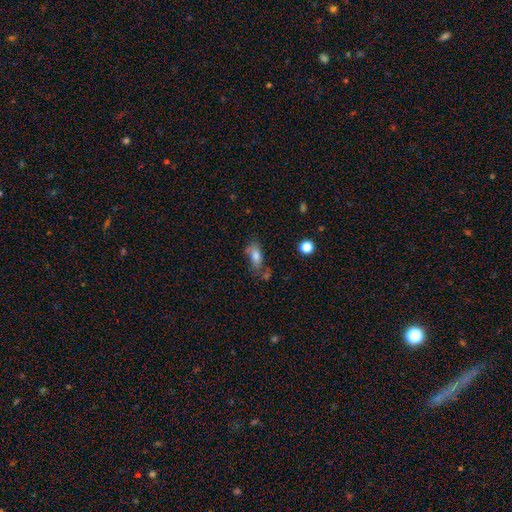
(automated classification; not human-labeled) This appears to be a smooth galaxy with no disk features (75%) that is in between round and cigar-shaped (82%). Merging: none (55%).